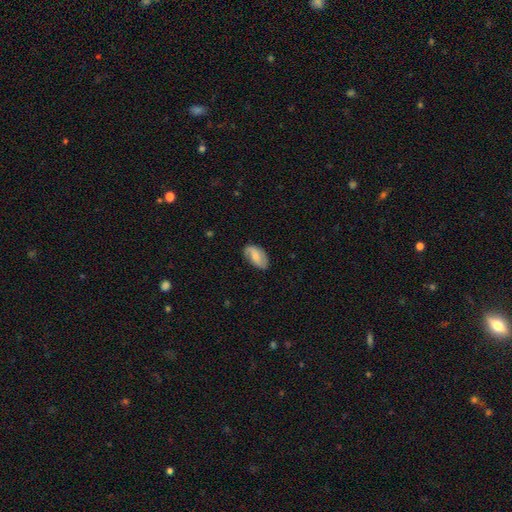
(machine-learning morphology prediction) Smooth or featured? smooth (48%)
Merging? none (74%)